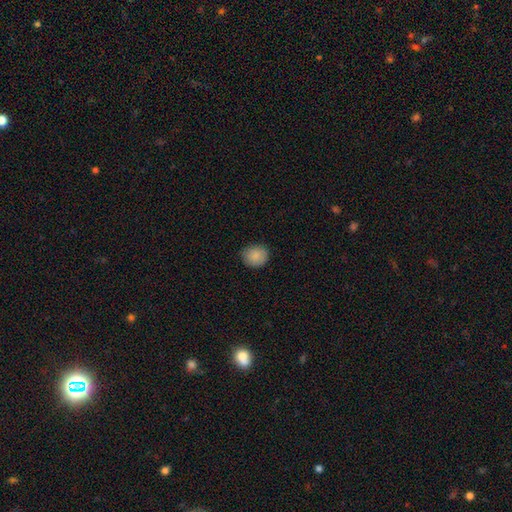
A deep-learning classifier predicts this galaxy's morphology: This appears to be a smooth galaxy with no disk features (87%) that is round (72%). Merging: none (84%).